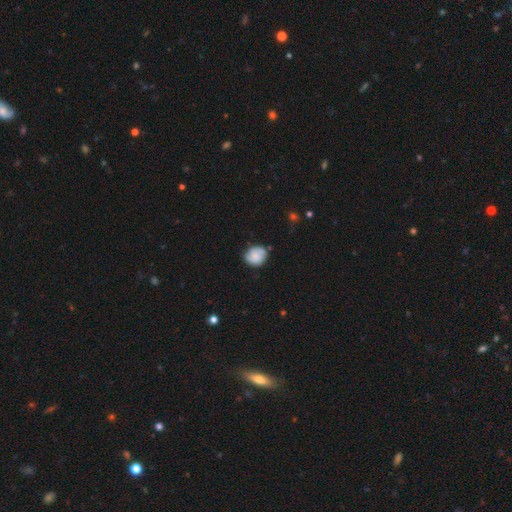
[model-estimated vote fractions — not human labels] The model was most divided on "how rounded": round: 72%, in between: 27%, cigar-shaped: 1%. More confident: smooth or featured — smooth (72%); merging — none (69%).